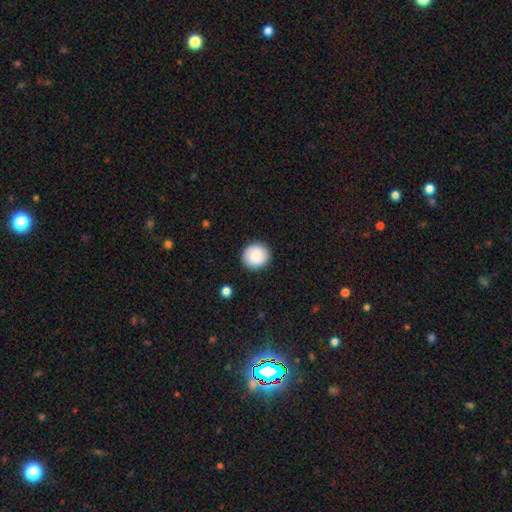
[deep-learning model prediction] Smooth or featured: smooth — 84% (featured or disk — 9%)
How rounded: round — 91% (in between — 8%)
Merging: none — 90% (minor disturbance — 7%)